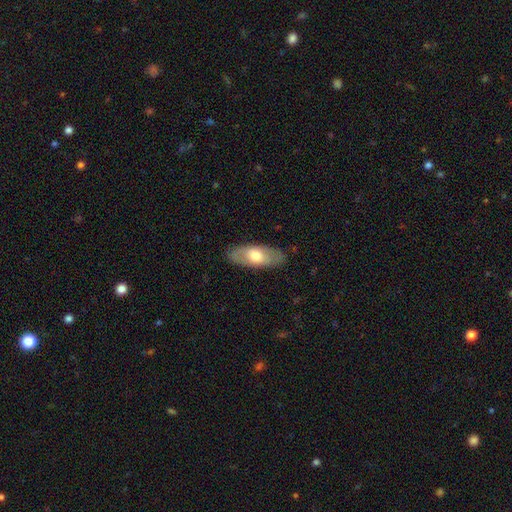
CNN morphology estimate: This appears to be a smooth galaxy with no disk features (58%) that is in between round and cigar-shaped (81%). Merging: none (85%).